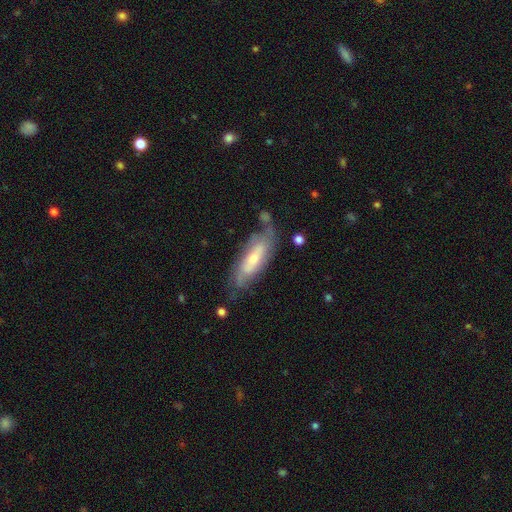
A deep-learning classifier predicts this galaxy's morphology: Smooth or featured: featured or disk — 66% (smooth — 26%)
Edge-on disk: no — 75% (yes — 25%)
Merging: none — 69% (minor disturbance — 20%)